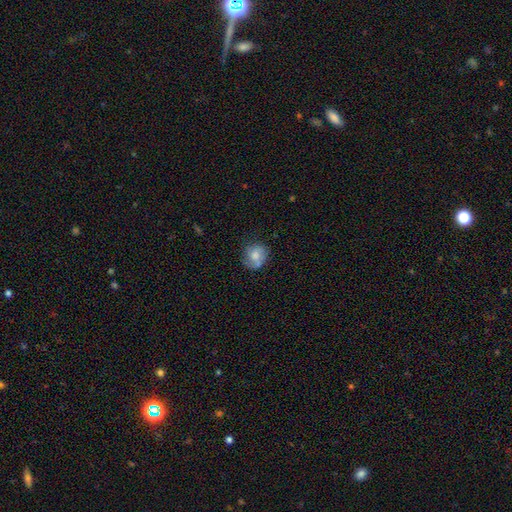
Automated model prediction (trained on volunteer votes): Morphology: type=smooth (47%); merging=none (60%).